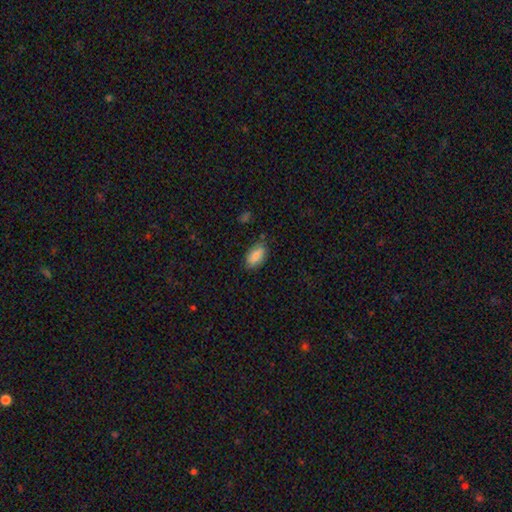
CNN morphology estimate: A smooth galaxy with no disk features (83%) that is in between round and cigar-shaped (92%).

Vote fractions:
- Smooth or featured? smooth: 83% / featured or disk: 10% / star or artifact: 7%
- How rounded? in between: 92% / cigar-shaped: 4% / round: 4%
- Merging? none: 78% / minor disturbance: 17% / major disturbance: 3% / merger: 2%